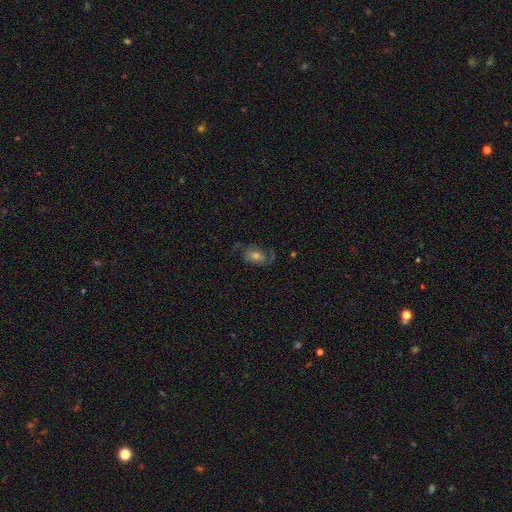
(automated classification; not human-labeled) Smooth or featured? Predicted: featured or disk (p=0.60). Edge-on disk? Predicted: no (p=0.95). Bar? Predicted: no (p=0.65). Spiral arms? Predicted: yes (p=0.87). Bulge size? Predicted: moderate (p=0.55). Merging? Predicted: none (p=0.66).